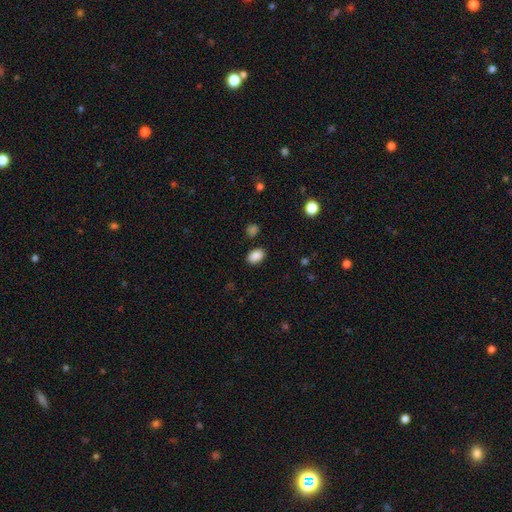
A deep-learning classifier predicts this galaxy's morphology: A smooth galaxy with no disk features (88%) that is in between round and cigar-shaped (84%). Merging: none (86%).